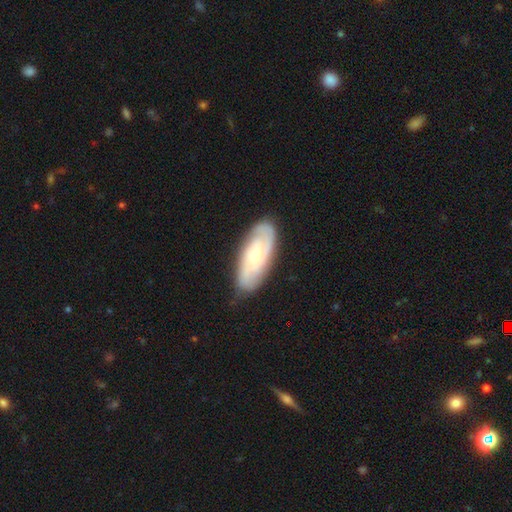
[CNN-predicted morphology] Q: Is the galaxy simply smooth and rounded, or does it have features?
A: featured or disk — 66%.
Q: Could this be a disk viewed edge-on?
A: no — 91%.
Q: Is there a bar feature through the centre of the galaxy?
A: no — 68%.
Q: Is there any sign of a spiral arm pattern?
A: yes — 89%.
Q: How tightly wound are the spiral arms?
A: tight — 55%.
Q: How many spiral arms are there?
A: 2 — 39%.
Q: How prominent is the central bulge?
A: small — 62%.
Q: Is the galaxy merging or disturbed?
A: none — 80%.